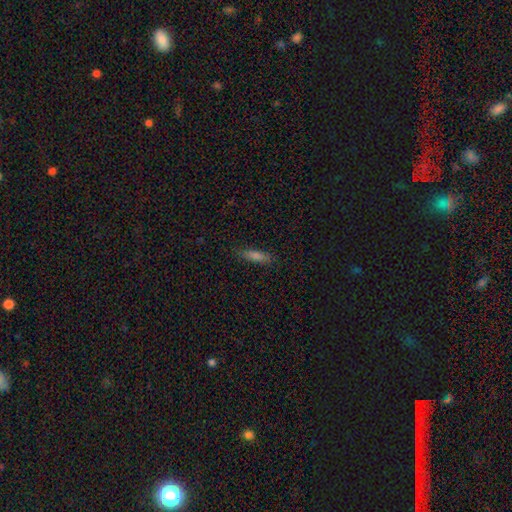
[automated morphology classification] This is likely a smooth galaxy (72%). How rounded: likely cigar-shaped (70%). Merging: clearly none (85%).